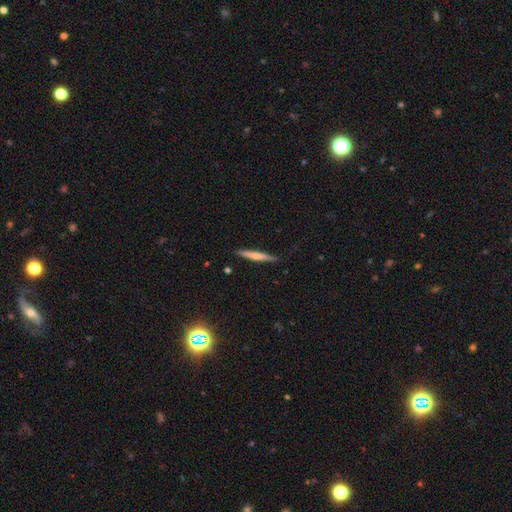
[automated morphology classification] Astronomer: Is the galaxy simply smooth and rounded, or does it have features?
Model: featured or disk — 49% (runner-up: smooth, 46%).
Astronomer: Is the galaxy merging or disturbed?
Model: none — 88%.